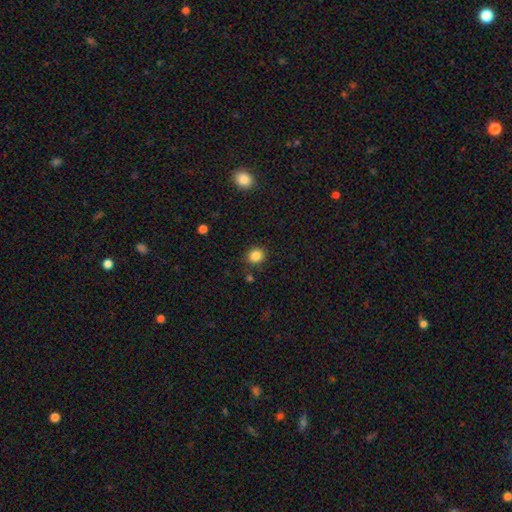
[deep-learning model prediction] Overall: smooth (85%). How rounded: round (85%). Merging: none (87%).